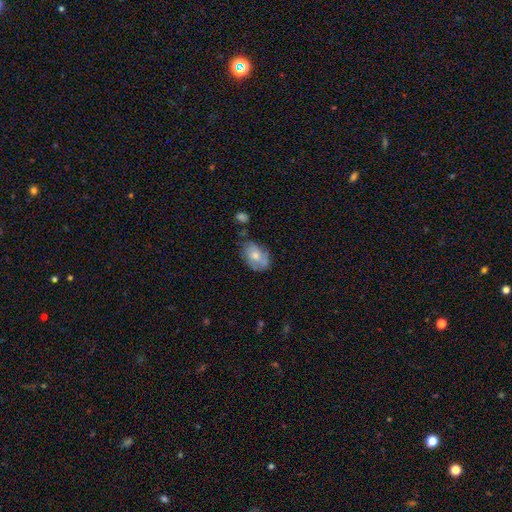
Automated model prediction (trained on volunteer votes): Smooth or featured: smooth — 59% (featured or disk — 33%)
How rounded: in between — 86% (round — 12%)
Merging: none — 55% (minor disturbance — 31%)